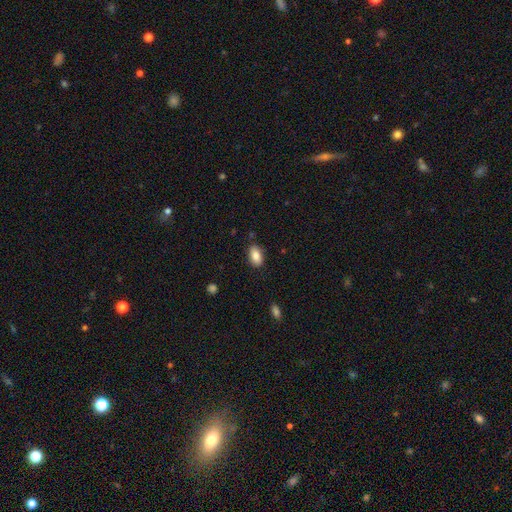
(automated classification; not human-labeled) Smooth or featured: smooth — 86% (star or artifact — 7%)
How rounded: in between — 92% (round — 6%)
Merging: none — 84% (minor disturbance — 12%)